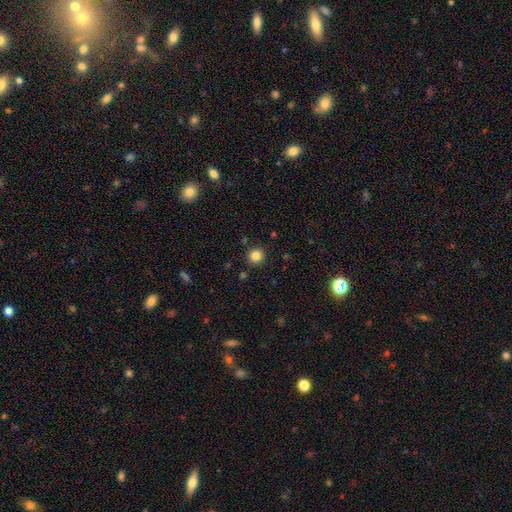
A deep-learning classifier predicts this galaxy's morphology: The model was most divided on "smooth or featured": smooth: 84%, star or artifact: 12%, featured or disk: 5%. More confident: how rounded — round (91%); merging — none (90%).